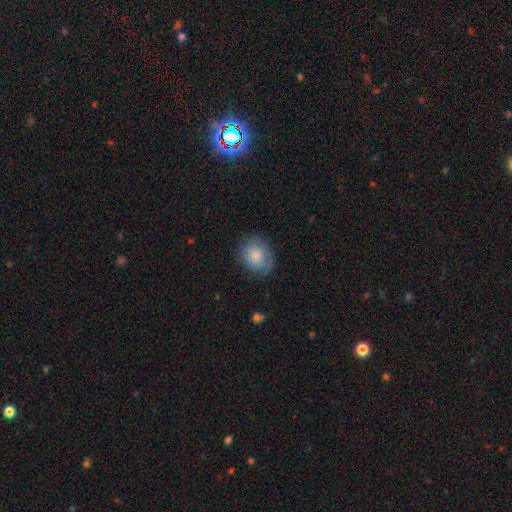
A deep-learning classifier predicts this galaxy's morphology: smooth-or-featured: smooth: 83% | featured or disk: 10% | star or artifact: 7%
  how-rounded: round: 61% | in between: 38% | cigar-shaped: 1%
  merging: none: 77% | minor disturbance: 17% | major disturbance: 5% | merger: 1%